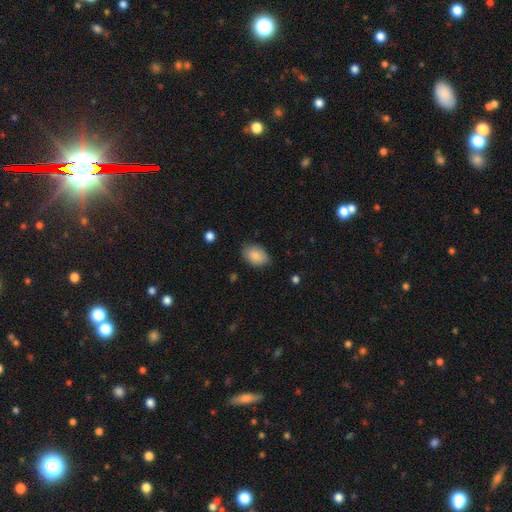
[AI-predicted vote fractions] This is clearly a smooth galaxy (85%). How rounded: clearly in between (86%). Merging: likely none (80%).